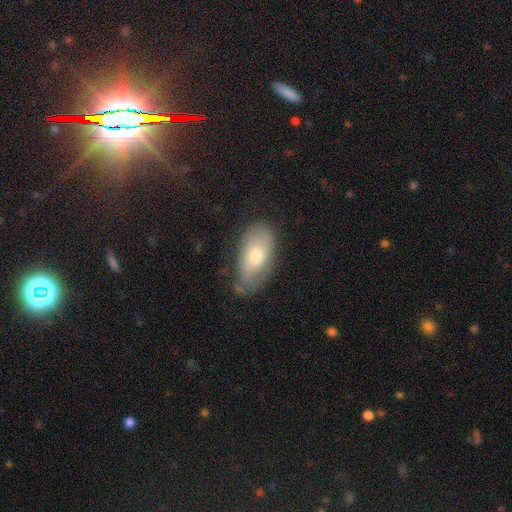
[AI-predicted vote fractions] Smooth or featured? smooth (66%)
How rounded? in between (91%)
Merging? none (64%)